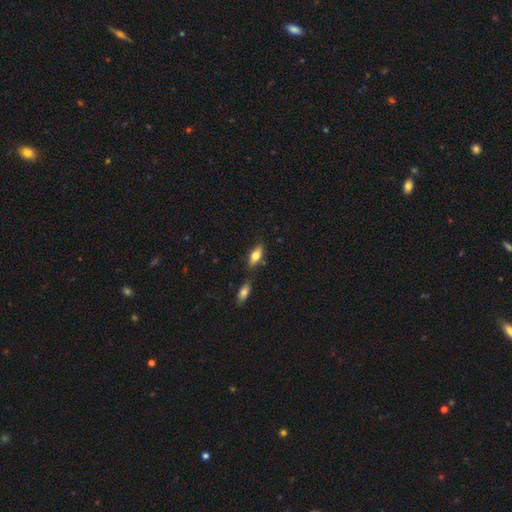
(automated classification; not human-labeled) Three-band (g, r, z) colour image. It shows a smooth galaxy with no disk features (66%) that is in between round and cigar-shaped (74%). Merging: none (67%).